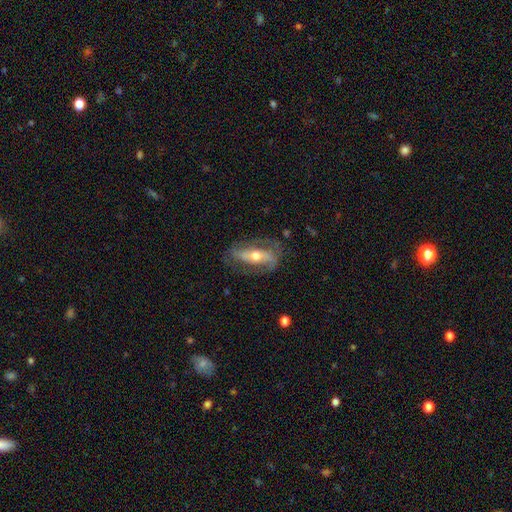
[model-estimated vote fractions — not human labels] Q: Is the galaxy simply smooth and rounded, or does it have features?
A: featured or disk — 75%.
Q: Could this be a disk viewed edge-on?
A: no — 84%.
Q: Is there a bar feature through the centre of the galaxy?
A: strong — 45%.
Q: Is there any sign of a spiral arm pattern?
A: yes — 83%.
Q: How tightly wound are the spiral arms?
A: medium — 41%.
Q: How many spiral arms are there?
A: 2 — 81%.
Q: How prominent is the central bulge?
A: moderate — 64%.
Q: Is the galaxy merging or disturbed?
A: none — 69%.